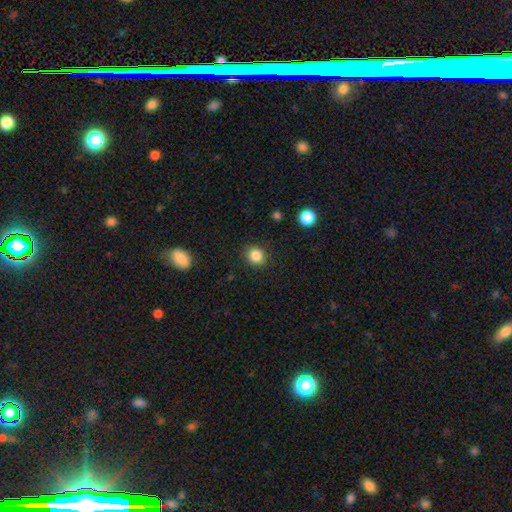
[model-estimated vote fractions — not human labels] A smooth galaxy with no disk features (86%) that is round (86%).

Vote fractions:
- Smooth or featured? smooth: 86% / star or artifact: 11% / featured or disk: 4%
- How rounded? round: 86% / in between: 13% / cigar-shaped: 1%
- Merging? none: 90% / minor disturbance: 7% / major disturbance: 2% / merger: 1%